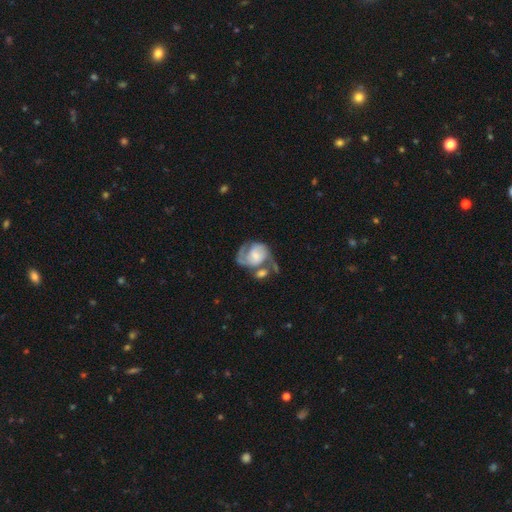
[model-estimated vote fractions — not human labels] This appears to be a featured or disk galaxy (73%) with no bar (58%), 2 (73%) medium (45%) spiral arms (88%) and a small central bulge (32%). Merging: merger (29%, tied with none).